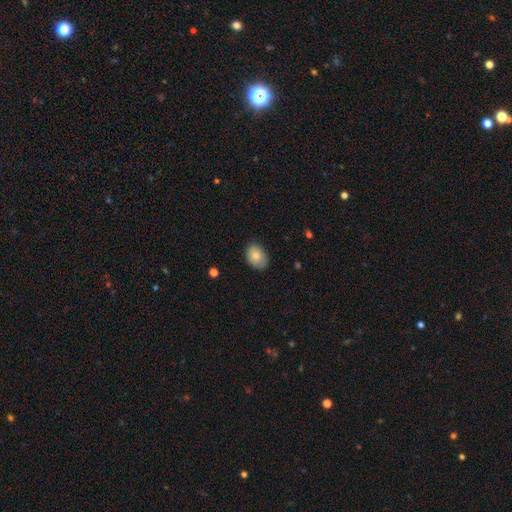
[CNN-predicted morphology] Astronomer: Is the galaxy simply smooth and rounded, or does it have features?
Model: smooth — 82%.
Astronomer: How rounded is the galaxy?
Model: in between — 75%.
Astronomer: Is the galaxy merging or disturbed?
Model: none — 81%.